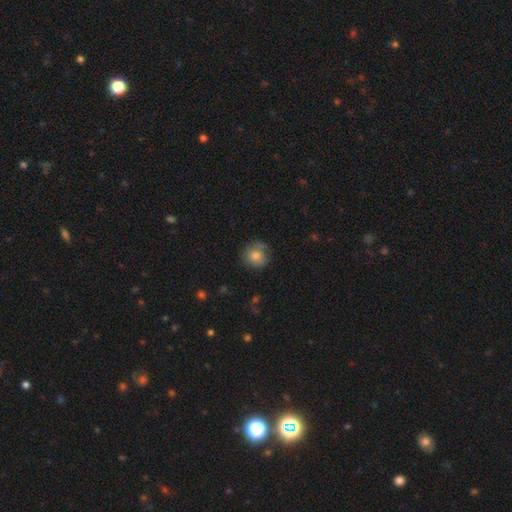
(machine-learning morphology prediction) smooth-or-featured: smooth: 73% | featured or disk: 19% | star or artifact: 9%
  how-rounded: round: 84% | in between: 15% | cigar-shaped: 1%
  merging: none: 68% | minor disturbance: 22% | major disturbance: 8% | merger: 2%